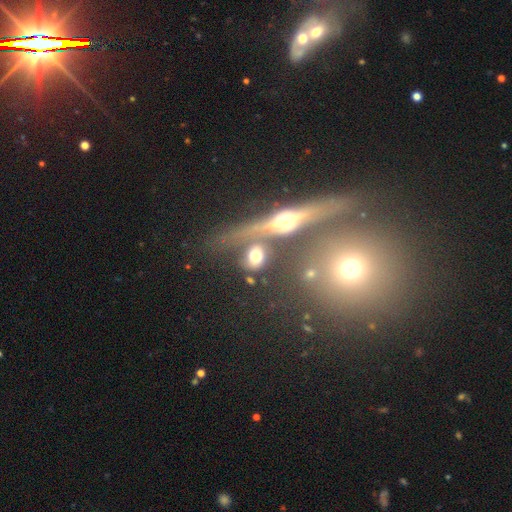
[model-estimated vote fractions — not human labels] A smooth galaxy with no disk features (58%) that is round (47%, tied with in between).

Vote fractions:
- Smooth or featured? smooth: 58% / featured or disk: 30% / star or artifact: 13%
- How rounded? round: 47% (tied) / in between: 47% (tied) / cigar-shaped: 6%
- Merging? none: 53% / merger: 25% / minor disturbance: 13% / major disturbance: 10%